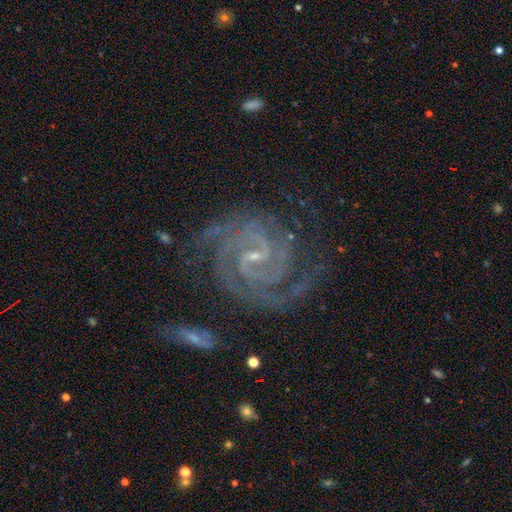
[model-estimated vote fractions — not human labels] smooth-or-featured: featured or disk: 92% | star or artifact: 5% | smooth: 3%
  disk-edge-on: no: 98% | yes: 2%
    bar: weak: 47% | no: 28% | strong: 25%
    has-spiral-arms: yes: 99% | no: 1%
      spiral-winding: tight: 73% | medium: 24% | loose: 3%
      spiral-arm-count: 2: 56% | 3: 19% | 4: 8% | can't tell: 7% | more than 4: 5% | 1: 5%
    bulge-size: small: 79% | moderate: 14% | none: 5% | large: 1% | dominant: 1%
  merging: none: 73% | minor disturbance: 17% | major disturbance: 7% | merger: 3%